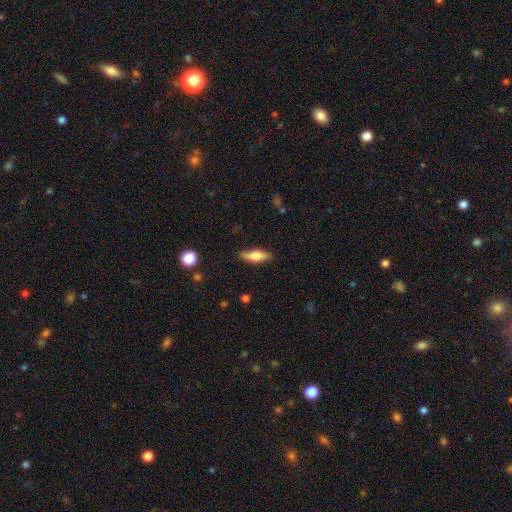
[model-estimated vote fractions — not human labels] Smooth or featured? Predicted: smooth (p=0.58). How rounded? Predicted: cigar-shaped (p=0.52). Merging? Predicted: none (p=0.86).